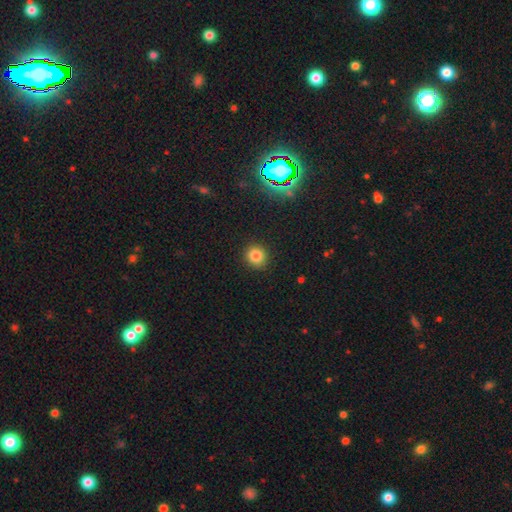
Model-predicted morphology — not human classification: This is clearly a smooth galaxy (82%). How rounded: clearly round (88%). Merging: clearly none (90%).